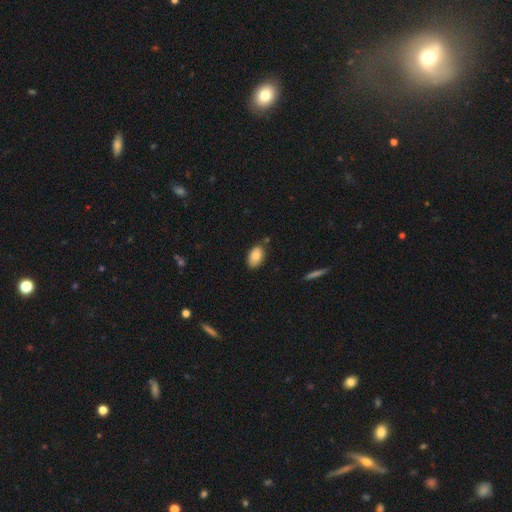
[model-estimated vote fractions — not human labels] smooth 85%, featured or disk 8%, star or artifact 7%. Down the decision tree: how rounded — in between (93%); merging — none (77%).